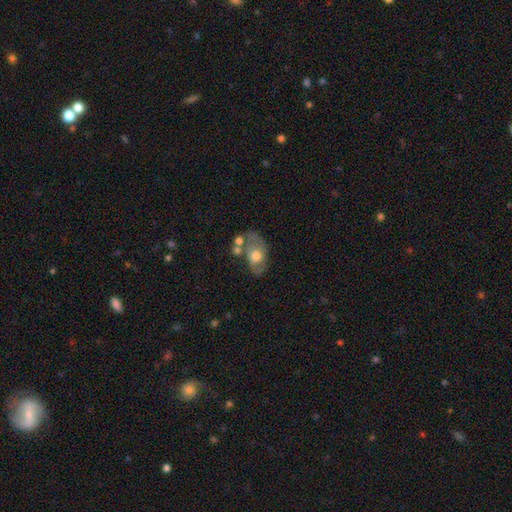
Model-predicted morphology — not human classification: A featured or disk galaxy (47%). Merging: none (43%).